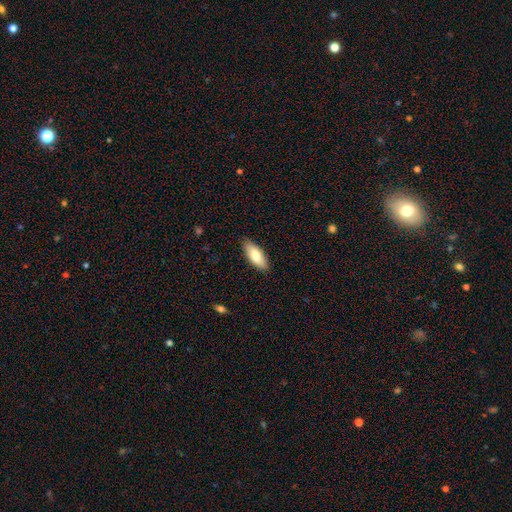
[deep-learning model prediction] A smooth galaxy with no disk features (77%) that is in between round and cigar-shaped (80%).

Vote fractions:
- Smooth or featured? smooth: 77% / featured or disk: 17% / star or artifact: 6%
- How rounded? in between: 80% / cigar-shaped: 18% / round: 2%
- Merging? none: 86% / minor disturbance: 11% / major disturbance: 2% / merger: 1%